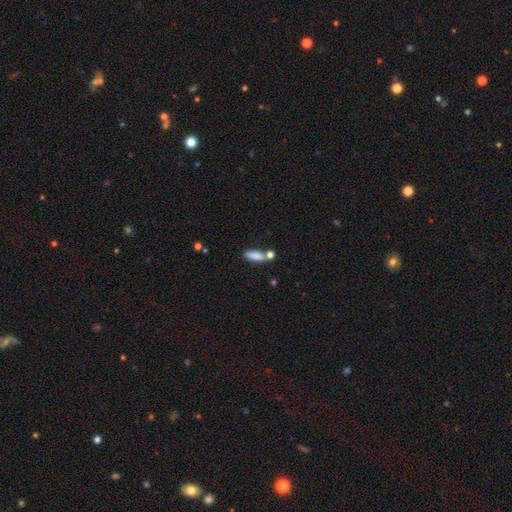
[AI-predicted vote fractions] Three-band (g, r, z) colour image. It shows a smooth galaxy with no disk features (84%) that is in between round and cigar-shaped (67%). Merging: none (60%).